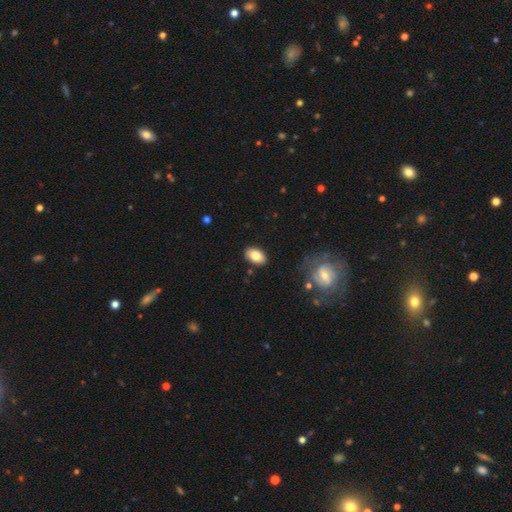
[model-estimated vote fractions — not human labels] smooth_or_featured: smooth (p=0.80) [alt: featured or disk p=0.12]
how_rounded: in between (p=0.90) [alt: round p=0.08]
merging: none (p=0.86) [alt: minor disturbance p=0.10]